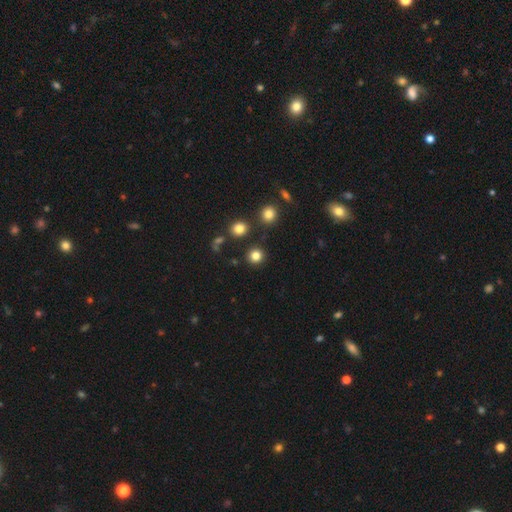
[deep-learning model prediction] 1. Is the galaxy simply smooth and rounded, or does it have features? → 82% smooth, 13% star or artifact, 5% featured or disk.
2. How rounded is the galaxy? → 92% round, 7% in between, 1% cigar-shaped.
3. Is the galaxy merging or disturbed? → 88% none, 6% minor disturbance, 4% merger, 2% major disturbance.